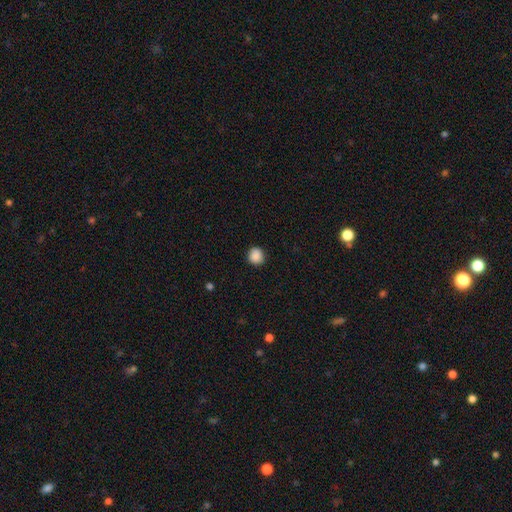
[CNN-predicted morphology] Smooth or featured?
  - smooth: 88% *
  - star or artifact: 9%
  - featured or disk: 2%
How rounded?
  - round: 90% *
  - in between: 9%
  - cigar-shaped: 1%
Merging?
  - none: 89% *
  - minor disturbance: 8%
  - major disturbance: 2%
  - merger: 1%